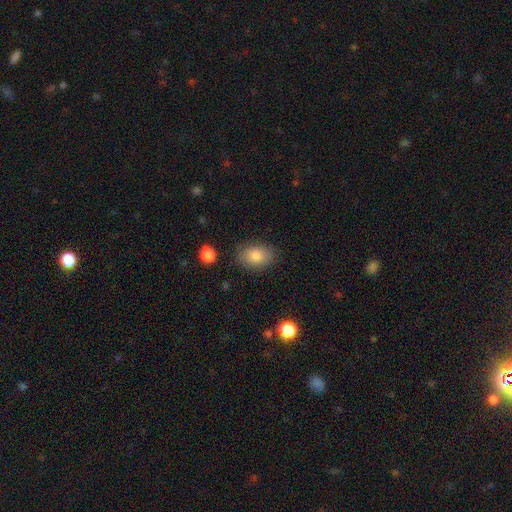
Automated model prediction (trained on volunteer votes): Smooth or featured? smooth (83%)
How rounded? in between (79%)
Merging? none (83%)